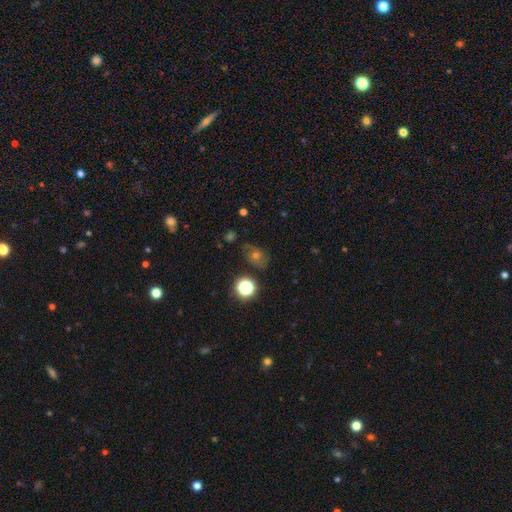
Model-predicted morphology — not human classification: Smooth or featured? Predicted: star or artifact (p=0.38).